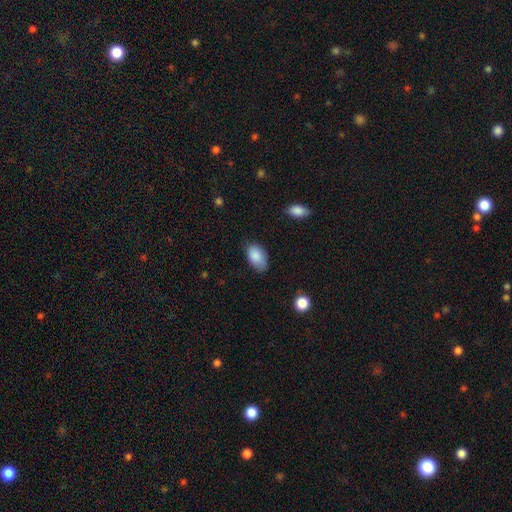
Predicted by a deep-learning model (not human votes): smooth 86%, featured or disk 7%, star or artifact 7%. Down the decision tree: how rounded — in between (93%); merging — none (72%).